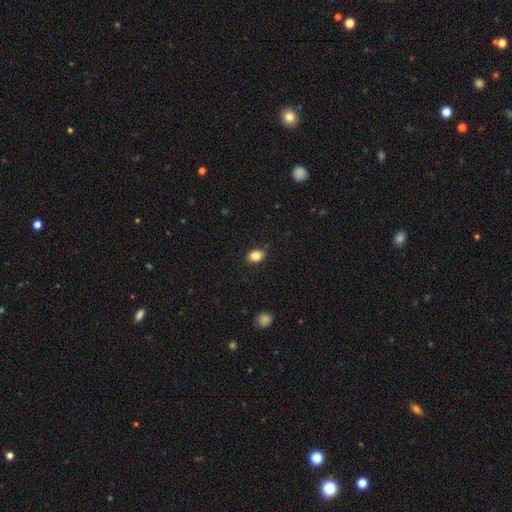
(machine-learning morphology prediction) This is clearly a smooth galaxy (84%). How rounded: likely in between (78%). Merging: clearly none (88%).